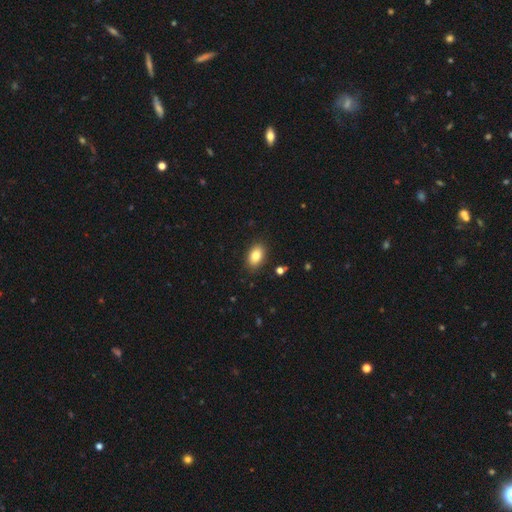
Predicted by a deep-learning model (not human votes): Morphology: type=smooth (83%); roundness=in between (88%); merging=none (88%).